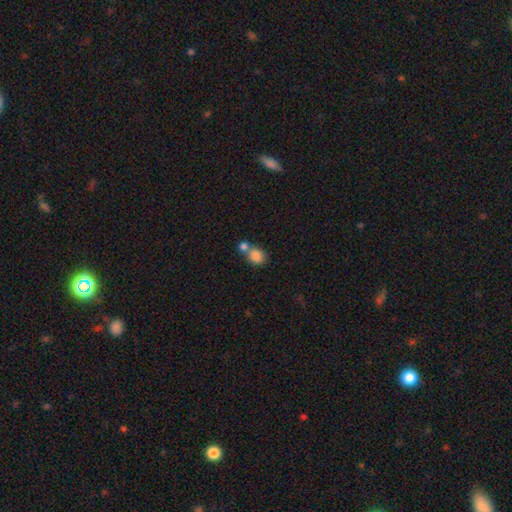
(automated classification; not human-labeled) Morphology: type=smooth (84%); roundness=round (68%); merging=merger (46%).